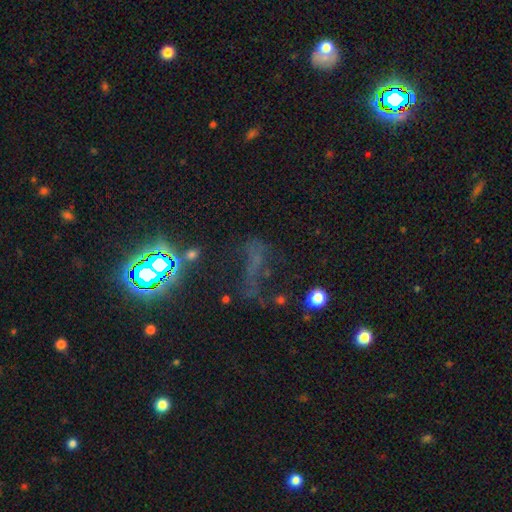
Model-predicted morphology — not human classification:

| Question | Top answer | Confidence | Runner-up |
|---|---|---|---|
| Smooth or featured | star or artifact | 48% | smooth (27%) |